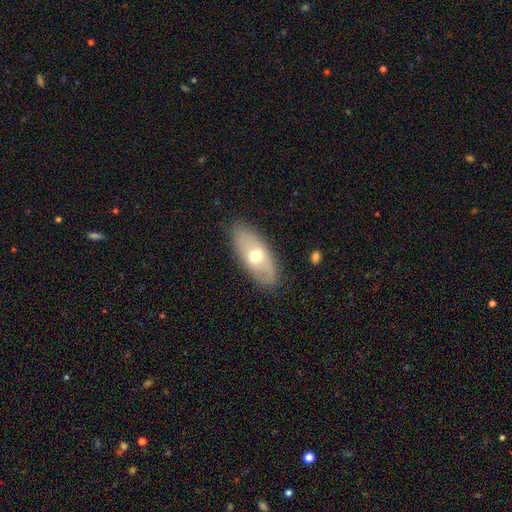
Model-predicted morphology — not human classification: smooth 53%, featured or disk 40%, star or artifact 7%. Down the decision tree: how rounded — in between (86%); merging — none (83%).